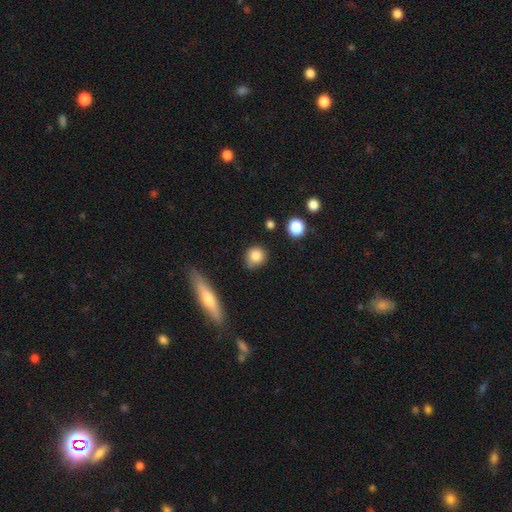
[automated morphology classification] The model was most divided on "merging": none: 78%, minor disturbance: 15%, major disturbance: 3%, merger: 3%. More confident: smooth or featured — smooth (84%); how rounded — round (81%).